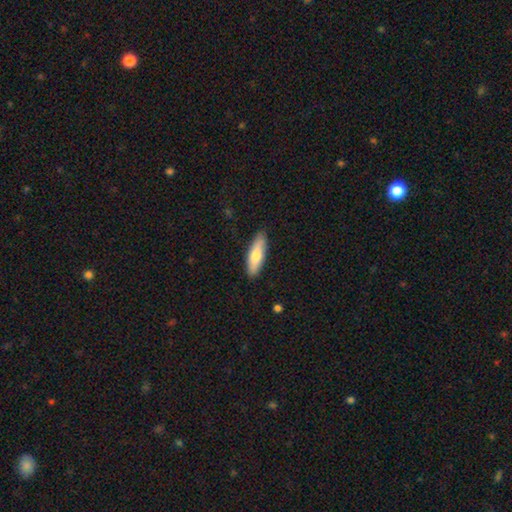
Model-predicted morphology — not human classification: Smooth or featured? smooth (73%)
How rounded? cigar-shaped (51%)
Merging? none (88%)